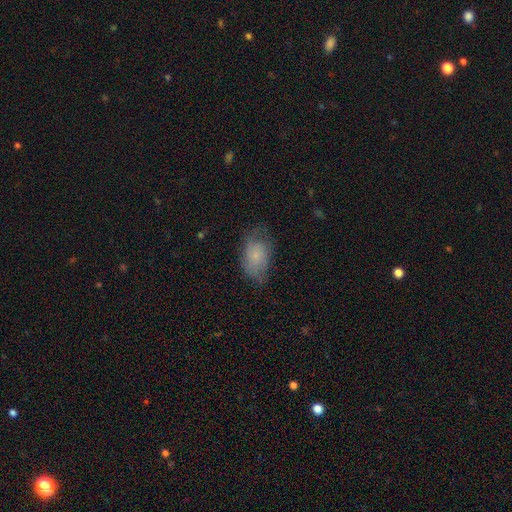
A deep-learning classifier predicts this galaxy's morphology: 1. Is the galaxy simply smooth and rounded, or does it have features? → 66% smooth, 26% featured or disk, 8% star or artifact.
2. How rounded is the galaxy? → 88% in between, 10% round, 2% cigar-shaped.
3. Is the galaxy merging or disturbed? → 54% none, 30% minor disturbance, 14% major disturbance, 1% merger.